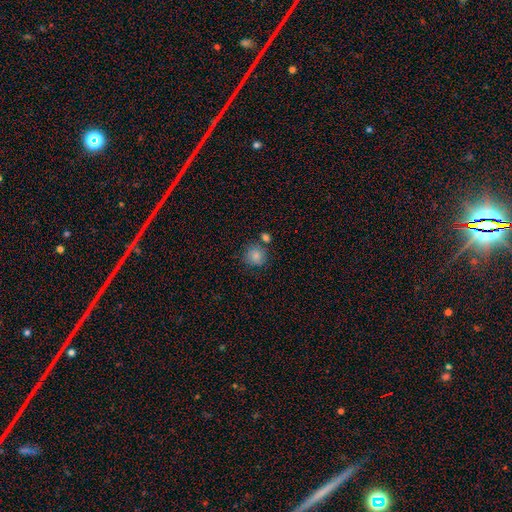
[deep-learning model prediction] Smooth or featured: smooth — 84% (star or artifact — 9%)
How rounded: round — 87% (in between — 12%)
Merging: none — 68% (merger — 14%)